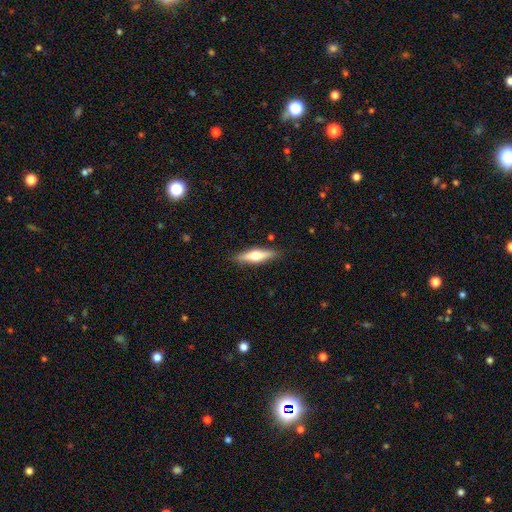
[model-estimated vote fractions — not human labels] Smooth or featured?
  - featured or disk: 49% *
  - smooth: 45%
  - star or artifact: 6%
Merging?
  - none: 87% *
  - minor disturbance: 9%
  - major disturbance: 2%
  - merger: 1%